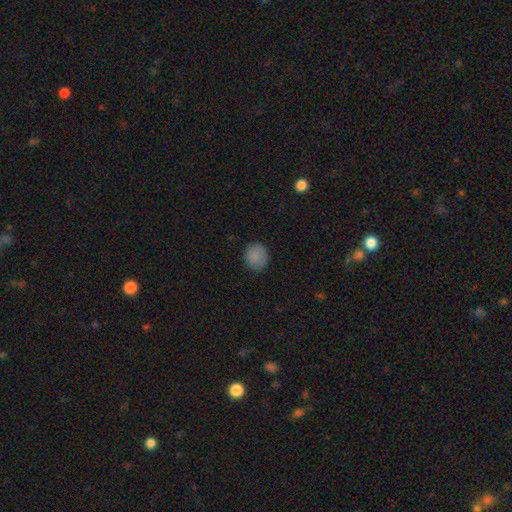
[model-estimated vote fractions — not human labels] A smooth galaxy with no disk features (85%) that is round (78%).

Vote fractions:
- Smooth or featured? smooth: 85% / star or artifact: 10% / featured or disk: 5%
- How rounded? round: 78% / in between: 21% / cigar-shaped: 1%
- Merging? none: 83% / minor disturbance: 13% / major disturbance: 3% / merger: 1%